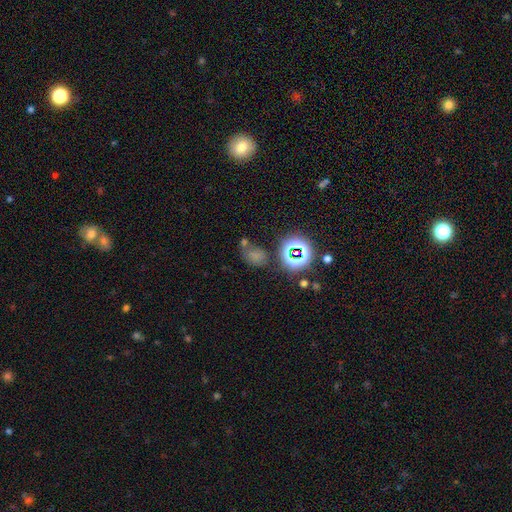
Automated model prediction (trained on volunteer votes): Q: Smooth or featured?
A: smooth (57%); runner-up: star or artifact (33%)
Q: How rounded?
A: in between (65%); runner-up: round (33%)
Q: Merging?
A: none (52%); runner-up: merger (23%)